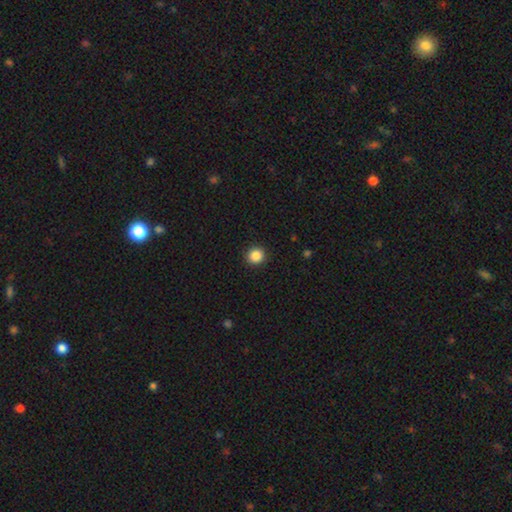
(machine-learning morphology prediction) smooth-or-featured: smooth: 87% | star or artifact: 10% | featured or disk: 3%
  how-rounded: round: 93% | in between: 6% | cigar-shaped: 1%
  merging: none: 93% | minor disturbance: 5% | major disturbance: 2% | merger: 1%